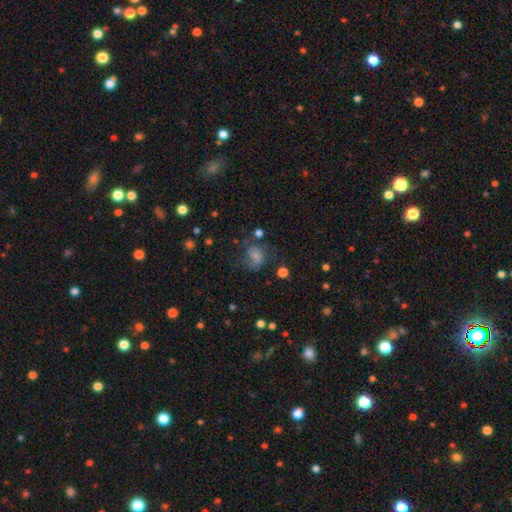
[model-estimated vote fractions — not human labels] Overall: smooth (58%; featured or disk 28%). How rounded: round (60%; in between 39%). Merging: none (47%; minor disturbance 25%).